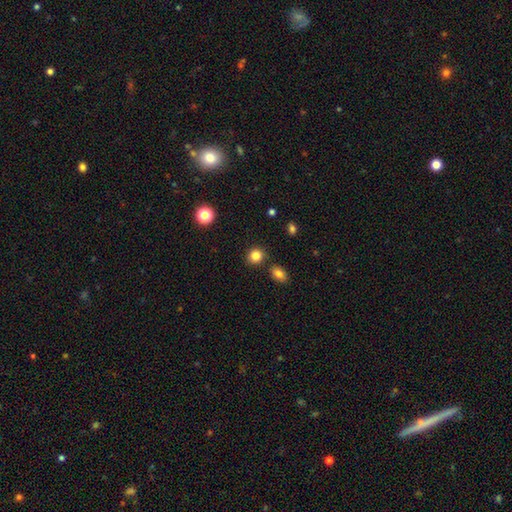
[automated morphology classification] Overall: smooth (85%). How rounded: round (84%). Merging: none (83%).